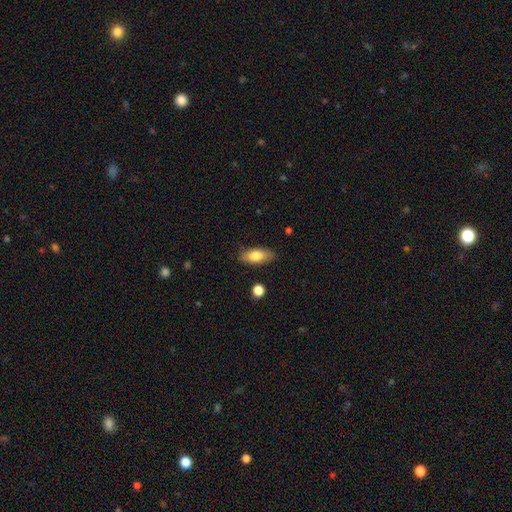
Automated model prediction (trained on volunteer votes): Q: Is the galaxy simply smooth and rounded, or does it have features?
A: smooth — 77%.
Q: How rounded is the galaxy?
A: in between — 83%.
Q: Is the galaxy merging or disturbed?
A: none — 84%.